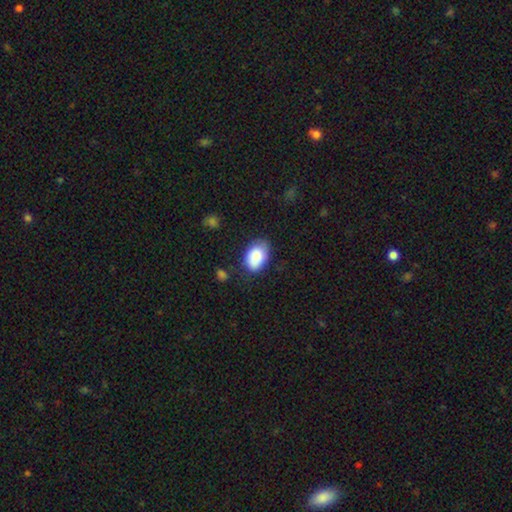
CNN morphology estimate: A smooth galaxy with no disk features (83%) that is in between round and cigar-shaped (88%).

Vote fractions:
- Smooth or featured? smooth: 83% / featured or disk: 10% / star or artifact: 7%
- How rounded? in between: 88% / round: 11% / cigar-shaped: 1%
- Merging? none: 69% / minor disturbance: 24% / major disturbance: 6% / merger: 2%